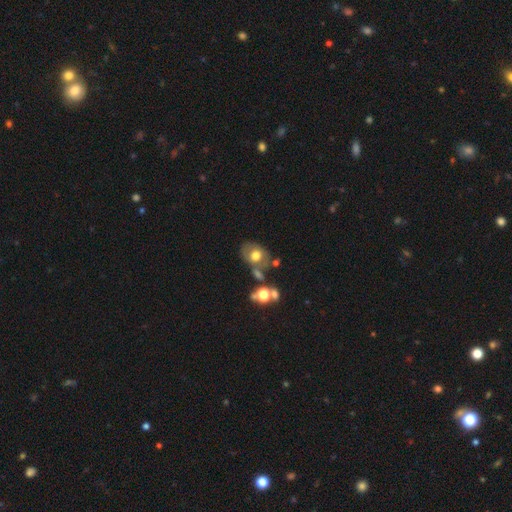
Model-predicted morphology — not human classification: Overall: smooth (56%; featured or disk 33%). How rounded: in between (63%; round 36%). Merging: none (50%; merger 22%).